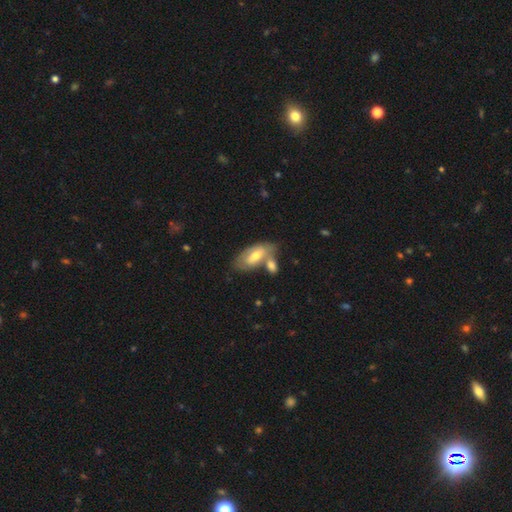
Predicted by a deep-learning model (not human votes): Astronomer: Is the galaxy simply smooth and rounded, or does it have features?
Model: smooth — 56% (runner-up: featured or disk, 37%).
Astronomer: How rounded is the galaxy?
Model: in between — 87%.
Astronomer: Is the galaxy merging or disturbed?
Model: none — 50% (runner-up: merger, 30%).